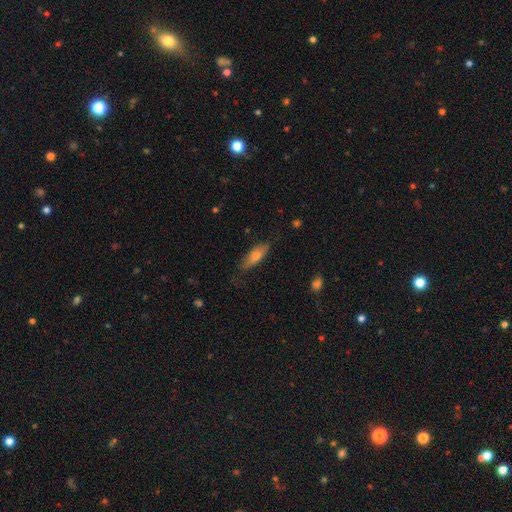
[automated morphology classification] Smooth or featured? Predicted: smooth (p=0.64). How rounded? Predicted: in between (p=0.50). Merging? Predicted: none (p=0.75).